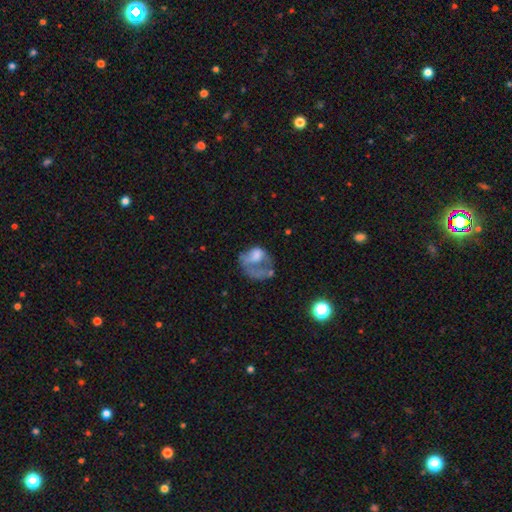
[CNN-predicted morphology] Overall: smooth (47%; featured or disk 42%). Merging: major disturbance (49%; none 22%).